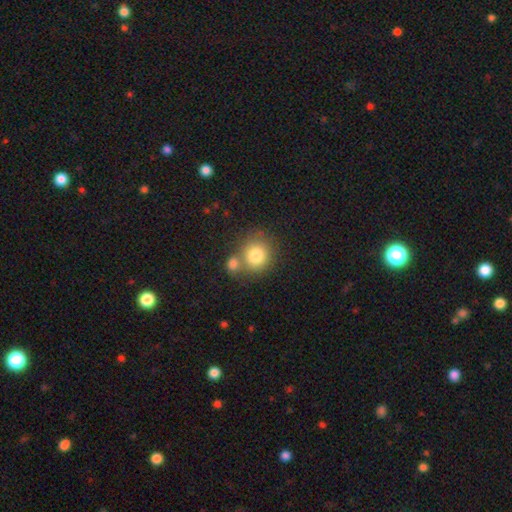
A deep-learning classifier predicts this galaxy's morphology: Smooth or featured: smooth — 81% (featured or disk — 10%)
How rounded: round — 84% (in between — 15%)
Merging: none — 53% (merger — 33%)